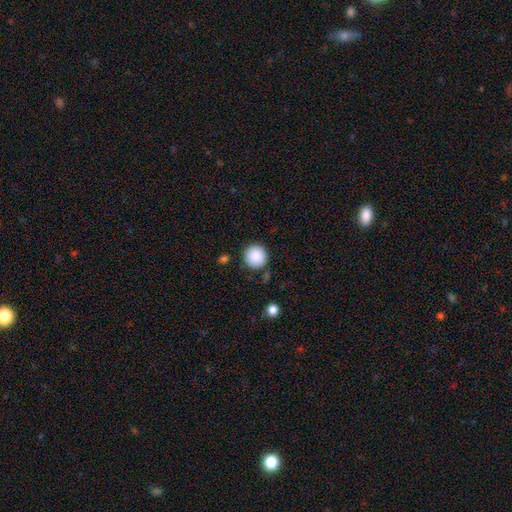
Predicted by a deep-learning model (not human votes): A smooth galaxy with no disk features (88%) that is round (95%). Merging: none (87%).